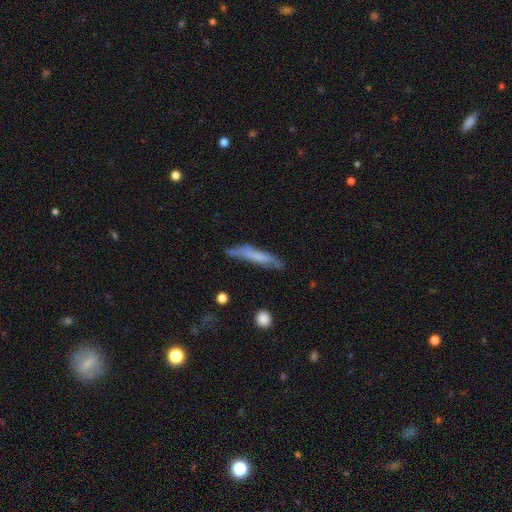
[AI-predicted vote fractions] Q: Smooth or featured?
A: smooth (53%); runner-up: featured or disk (39%)
Q: How rounded?
A: cigar-shaped (88%); runner-up: in between (10%)
Q: Merging?
A: none (58%); runner-up: minor disturbance (27%)